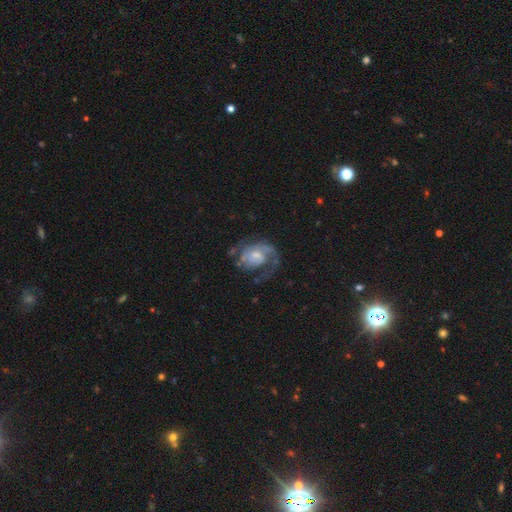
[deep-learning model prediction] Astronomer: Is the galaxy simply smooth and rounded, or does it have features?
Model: featured or disk — 75%.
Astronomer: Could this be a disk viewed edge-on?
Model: no — 98%.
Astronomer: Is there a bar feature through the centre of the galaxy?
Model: no — 60% (runner-up: weak, 35%).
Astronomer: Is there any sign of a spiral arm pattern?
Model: yes — 87%.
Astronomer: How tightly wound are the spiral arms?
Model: medium — 42% (runner-up: tight, 31%).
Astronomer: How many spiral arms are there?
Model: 1 — 46% (runner-up: 2, 34%).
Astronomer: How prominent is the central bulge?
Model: small — 40% (runner-up: moderate, 35%).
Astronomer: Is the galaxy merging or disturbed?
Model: none — 44% (runner-up: major disturbance, 32%).